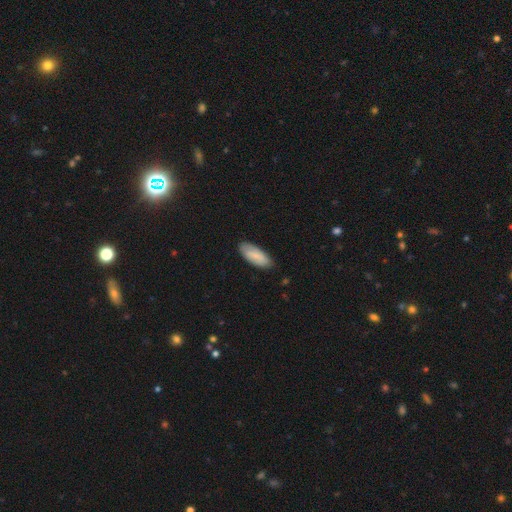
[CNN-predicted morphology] smooth 78%, featured or disk 16%, star or artifact 6%. Down the decision tree: how rounded — in between (81%); merging — none (83%).